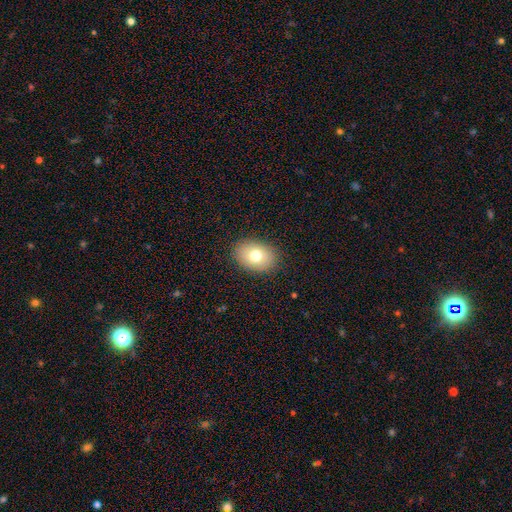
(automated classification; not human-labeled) A smooth galaxy with no disk features (75%) that is in between round and cigar-shaped (71%).

Vote fractions:
- Smooth or featured? smooth: 75% / featured or disk: 14% / star or artifact: 11%
- How rounded? in between: 71% / round: 29% / cigar-shaped: 1%
- Merging? none: 88% / minor disturbance: 8% / major disturbance: 3% / merger: 1%